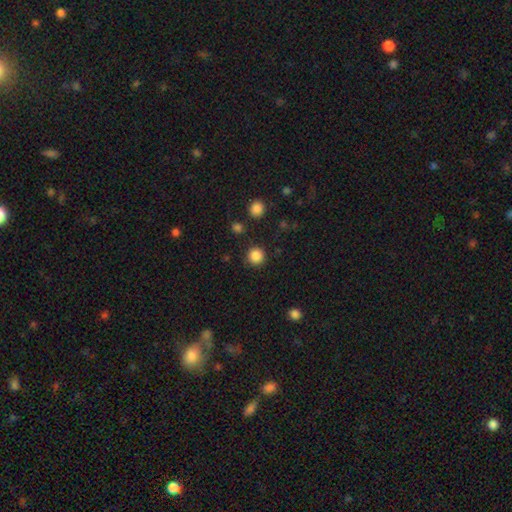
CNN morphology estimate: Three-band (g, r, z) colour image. It shows a smooth galaxy with no disk features (86%) that is round (95%). Merging: none (89%).